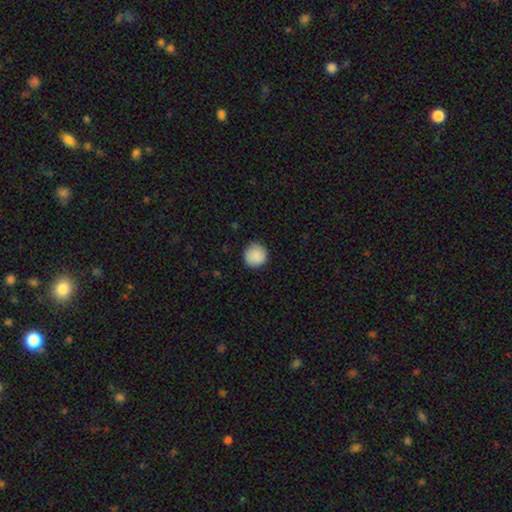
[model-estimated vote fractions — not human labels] This is clearly a smooth galaxy (89%). How rounded: clearly round (95%). Merging: clearly none (90%).